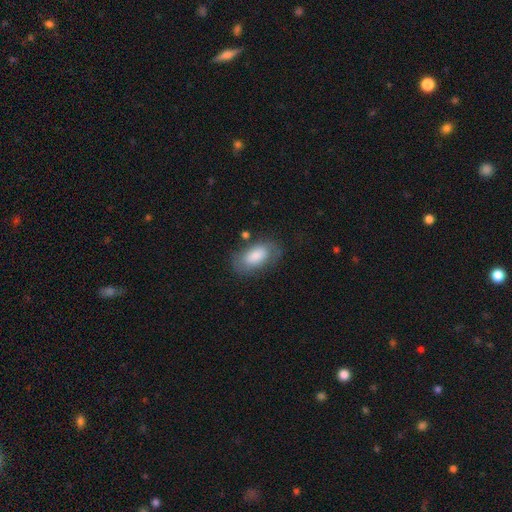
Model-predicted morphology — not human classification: Smooth or featured? smooth (78%)
How rounded? in between (93%)
Merging? none (66%)